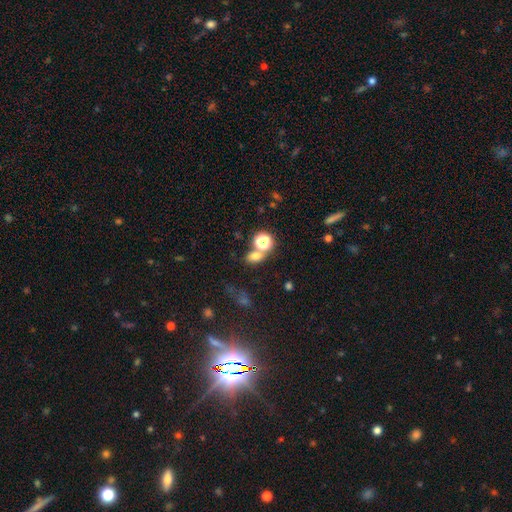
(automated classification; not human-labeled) Q: Smooth or featured?
A: smooth (64%); runner-up: star or artifact (26%)
Q: How rounded?
A: in between (59%); runner-up: round (38%)
Q: Merging?
A: none (57%); runner-up: merger (27%)